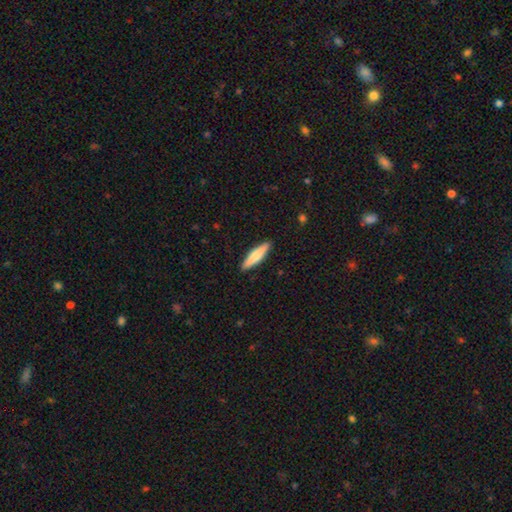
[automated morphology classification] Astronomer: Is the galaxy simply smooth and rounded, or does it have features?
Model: smooth — 61%.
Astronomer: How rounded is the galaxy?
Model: cigar-shaped — 81%.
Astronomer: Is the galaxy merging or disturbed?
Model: none — 91%.